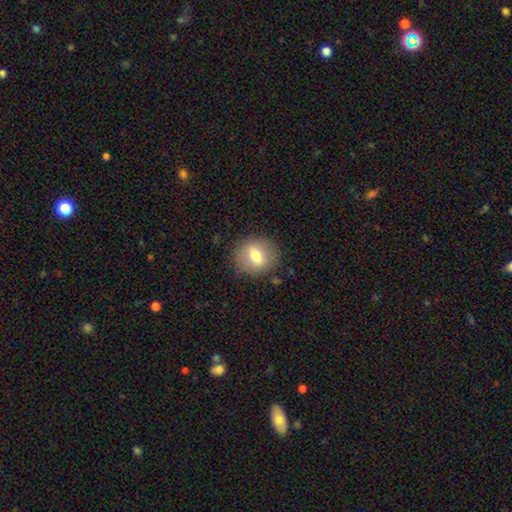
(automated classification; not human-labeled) Smooth or featured? Predicted: smooth (p=0.66). How rounded? Predicted: round (p=0.79). Merging? Predicted: none (p=0.85).